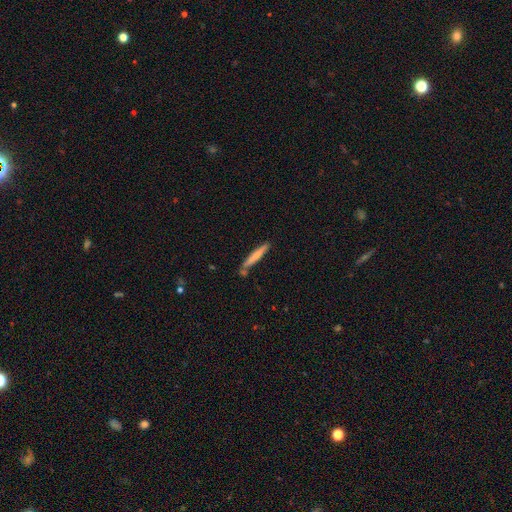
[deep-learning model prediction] Smooth or featured: smooth — 67% (featured or disk — 27%)
How rounded: cigar-shaped — 95% (in between — 4%)
Merging: none — 75% (minor disturbance — 14%)